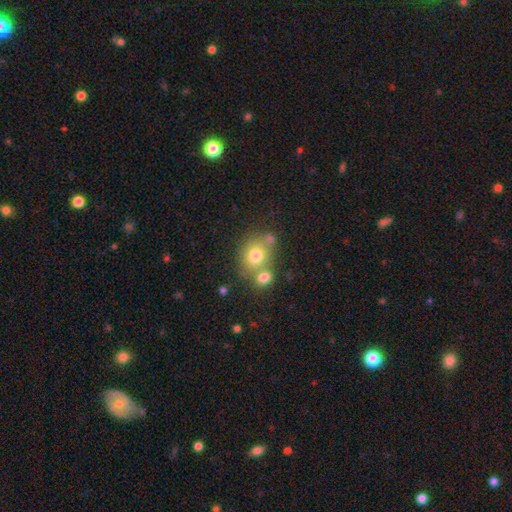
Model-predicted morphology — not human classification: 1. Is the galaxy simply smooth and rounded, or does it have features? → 74% smooth, 15% featured or disk, 12% star or artifact.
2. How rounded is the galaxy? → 66% round, 33% in between, 1% cigar-shaped.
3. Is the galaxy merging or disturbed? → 49% none, 35% merger, 11% minor disturbance, 5% major disturbance.